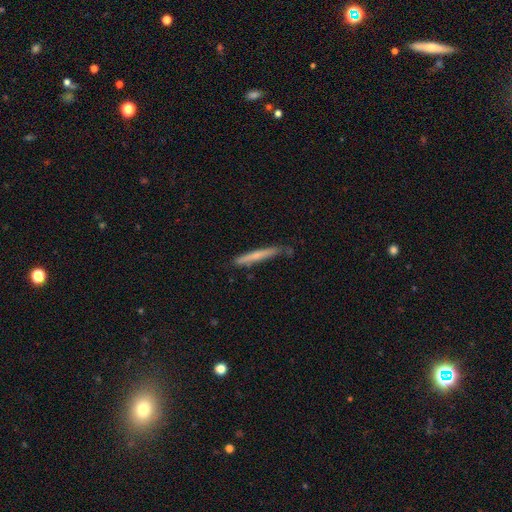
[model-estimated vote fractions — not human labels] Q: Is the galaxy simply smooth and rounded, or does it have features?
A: smooth — 60%.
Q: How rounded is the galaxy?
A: cigar-shaped — 96%.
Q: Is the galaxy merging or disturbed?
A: none — 75%.